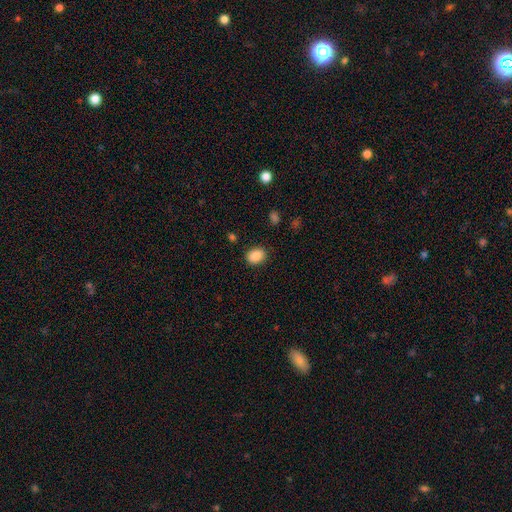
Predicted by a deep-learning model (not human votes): smooth_or_featured: smooth (p=0.89) [alt: star or artifact p=0.08]
how_rounded: in between (p=0.65) [alt: round p=0.34]
merging: none (p=0.86) [alt: minor disturbance p=0.10]